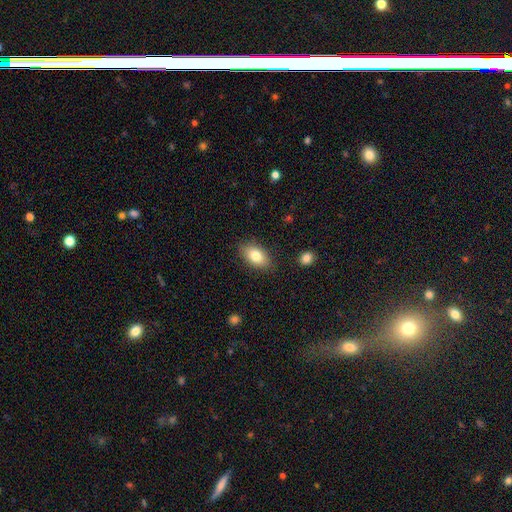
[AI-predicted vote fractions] A smooth galaxy with no disk features (81%) that is in between round and cigar-shaped (91%). Merging: none (85%).